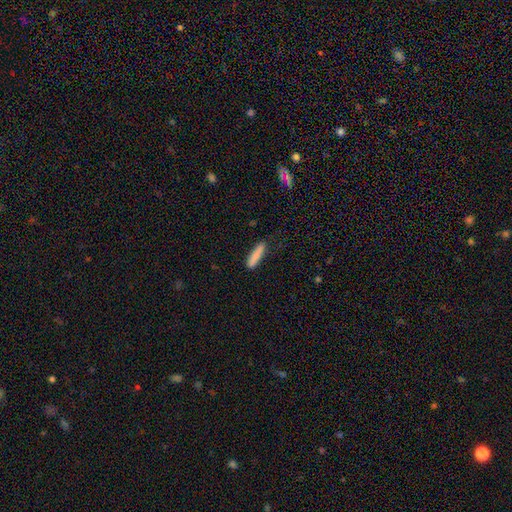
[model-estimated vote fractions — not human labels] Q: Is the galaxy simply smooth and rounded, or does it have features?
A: smooth — 86%.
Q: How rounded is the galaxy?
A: cigar-shaped — 85%.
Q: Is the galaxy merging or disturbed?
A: none — 84%.